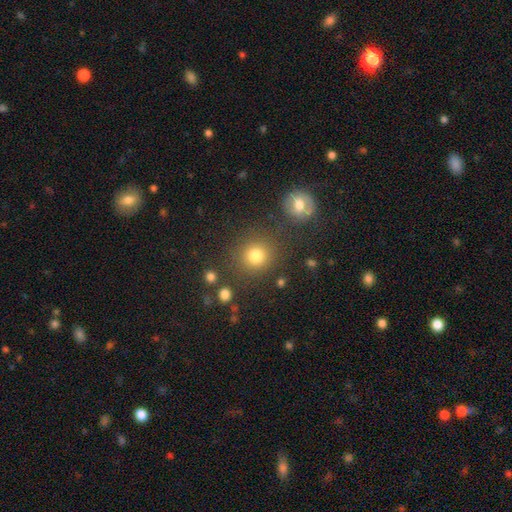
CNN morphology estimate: Q: Smooth or featured?
A: smooth (80%); runner-up: star or artifact (14%)
Q: How rounded?
A: round (89%); runner-up: in between (10%)
Q: Merging?
A: none (81%); runner-up: minor disturbance (8%)